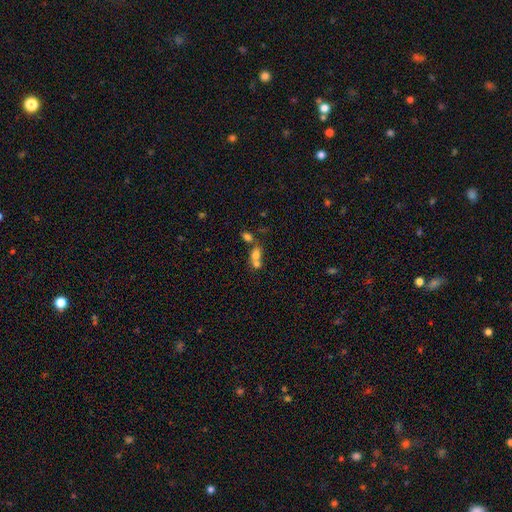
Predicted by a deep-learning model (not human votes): Smooth or featured? smooth (70%)
How rounded? in between (62%)
Merging? merger (65%)